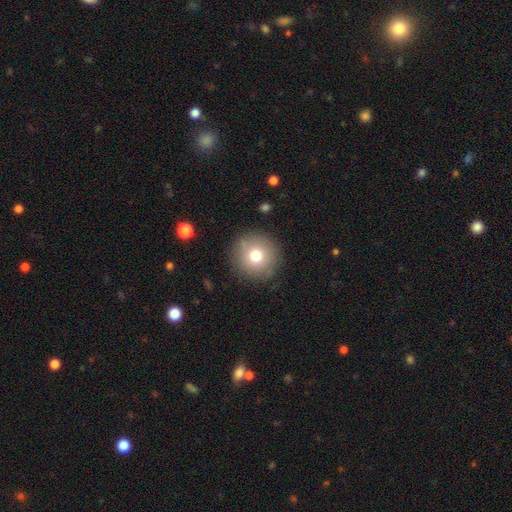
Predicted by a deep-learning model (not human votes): A smooth galaxy with no disk features (74%) that is round (95%).

Vote fractions:
- Smooth or featured? smooth: 74% / featured or disk: 14% / star or artifact: 12%
- How rounded? round: 95% / in between: 4% / cigar-shaped: 1%
- Merging? none: 88% / minor disturbance: 8% / major disturbance: 3% / merger: 1%